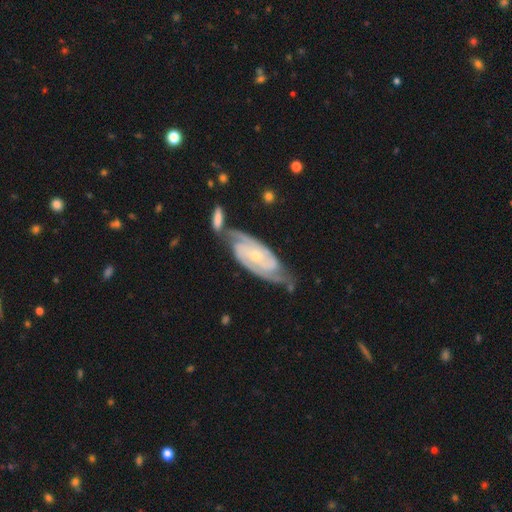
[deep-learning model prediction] Smooth or featured? Predicted: featured or disk (p=0.89). Edge-on disk? Predicted: no (p=0.94). Bar? Predicted: no (p=0.62). Spiral arms? Predicted: yes (p=0.98). Spiral winding? Predicted: tight (p=0.62). Spiral arm count? Predicted: 2 (p=0.73). Bulge size? Predicted: small (p=0.67). Merging? Predicted: none (p=0.59).